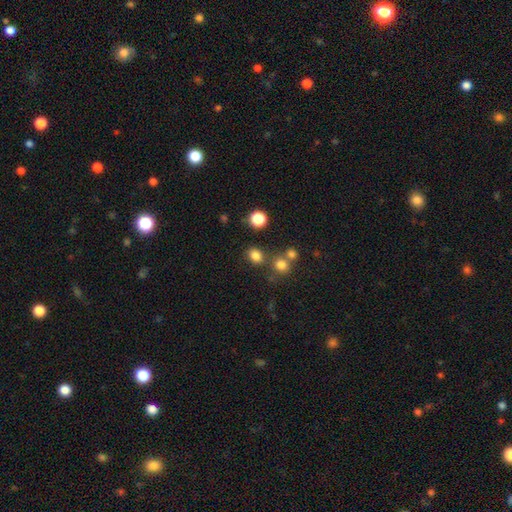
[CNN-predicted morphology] A smooth galaxy with no disk features (79%) that is round (55%).

Vote fractions:
- Smooth or featured? smooth: 79% / star or artifact: 15% / featured or disk: 5%
- How rounded? round: 55% / in between: 44% / cigar-shaped: 1%
- Merging? none: 72% / merger: 13% / minor disturbance: 10% / major disturbance: 4%